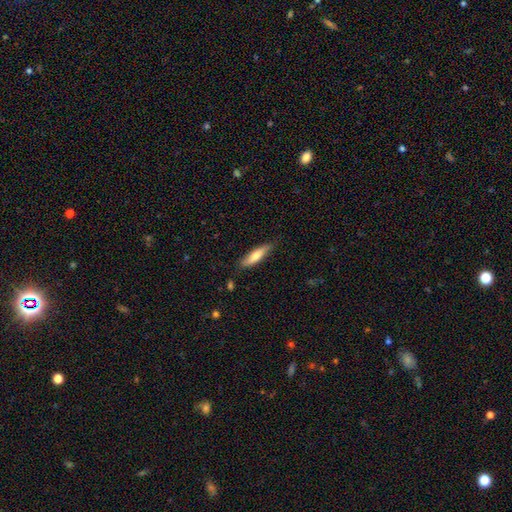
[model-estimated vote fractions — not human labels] The model was most divided on "how rounded": cigar-shaped: 67%, in between: 31%, round: 2%. More confident: merging — none (79%); smooth or featured — smooth (66%).